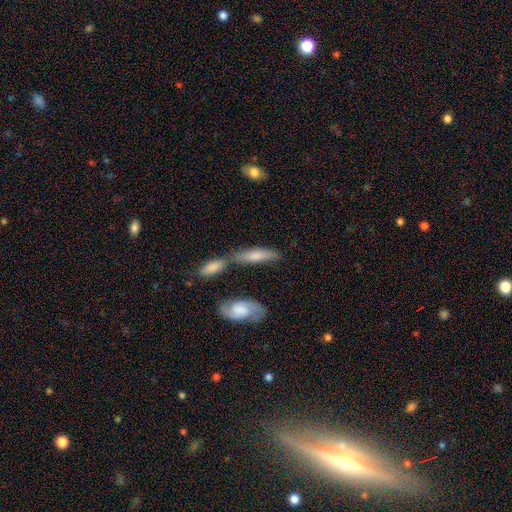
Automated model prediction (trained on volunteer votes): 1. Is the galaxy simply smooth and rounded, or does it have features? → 66% smooth, 28% featured or disk, 6% star or artifact.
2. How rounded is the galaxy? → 65% cigar-shaped, 32% in between, 2% round.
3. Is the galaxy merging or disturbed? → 52% none, 29% merger, 14% minor disturbance, 5% major disturbance.